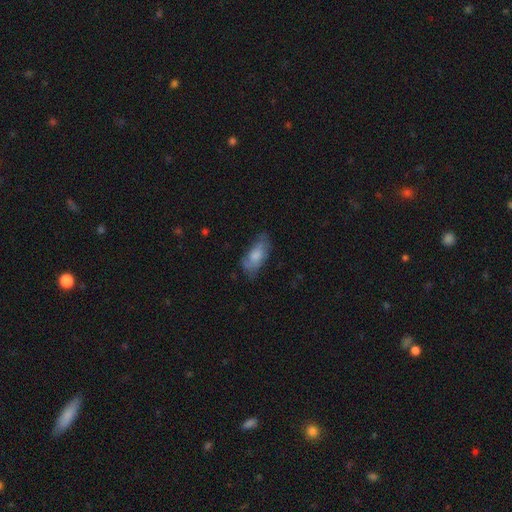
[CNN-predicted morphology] Smooth or featured?
  - smooth: 67% *
  - featured or disk: 26%
  - star or artifact: 7%
How rounded?
  - in between: 85% *
  - cigar-shaped: 13%
  - round: 3%
Merging?
  - none: 54% *
  - minor disturbance: 31%
  - major disturbance: 13%
  - merger: 2%